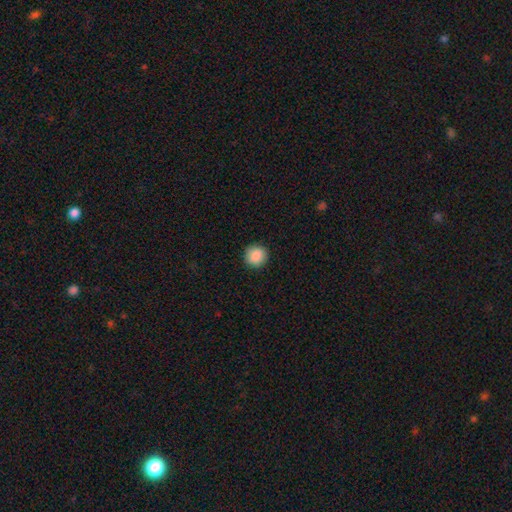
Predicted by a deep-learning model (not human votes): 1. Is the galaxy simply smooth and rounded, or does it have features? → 88% smooth, 8% star or artifact, 3% featured or disk.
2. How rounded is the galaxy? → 93% round, 6% in between, 1% cigar-shaped.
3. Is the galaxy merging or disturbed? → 91% none, 6% minor disturbance, 2% major disturbance, 1% merger.